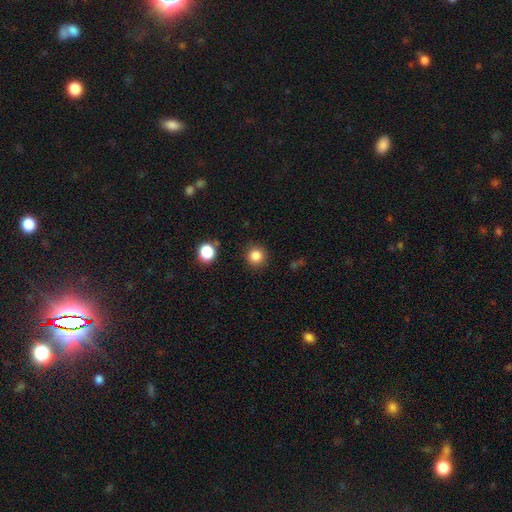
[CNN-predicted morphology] This is clearly a smooth galaxy (84%). How rounded: clearly round (94%). Merging: clearly none (90%).